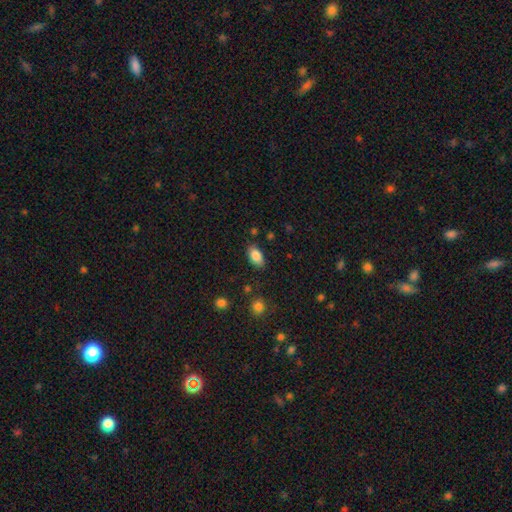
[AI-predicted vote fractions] Q: Smooth or featured?
A: smooth (85%); runner-up: star or artifact (8%)
Q: How rounded?
A: in between (92%); runner-up: round (5%)
Q: Merging?
A: none (83%); runner-up: minor disturbance (12%)